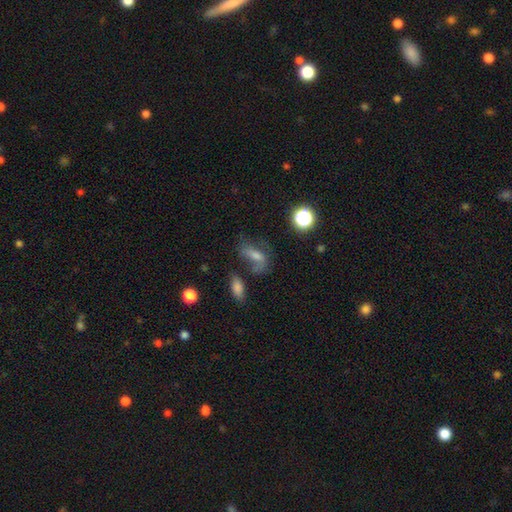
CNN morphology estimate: A smooth galaxy with no disk features (50%) that is in between round and cigar-shaped (70%). Merging: none (46%).